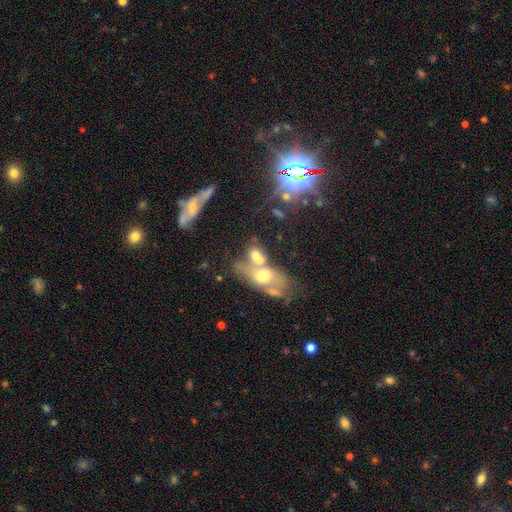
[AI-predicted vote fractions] Overall: smooth (53%; featured or disk 33%). How rounded: in between (72%). Merging: merger (60%; none 23%).